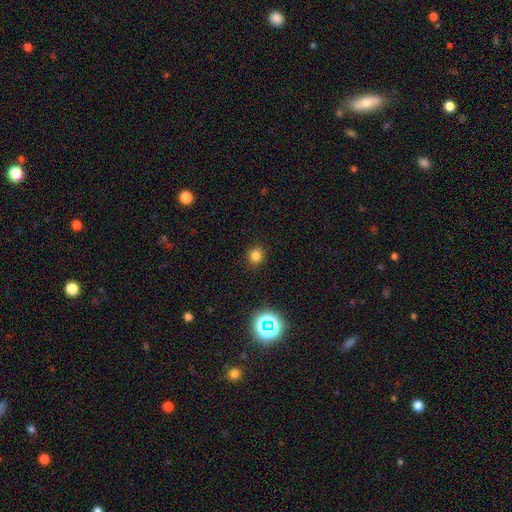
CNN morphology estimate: This appears to be a smooth galaxy with no disk features (78%) that is round (88%). Merging: none (91%).